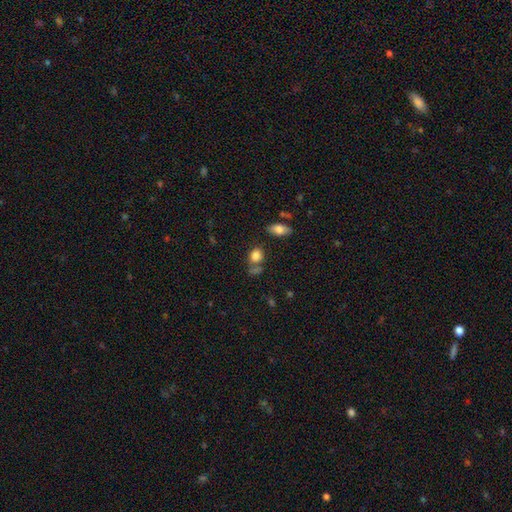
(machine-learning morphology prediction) A smooth galaxy with no disk features (82%) that is in between round and cigar-shaped (52%).

Vote fractions:
- Smooth or featured? smooth: 82% / star or artifact: 11% / featured or disk: 7%
- How rounded? in between: 52% / round: 46% / cigar-shaped: 2%
- Merging? none: 54% / merger: 23% / minor disturbance: 16% / major disturbance: 7%